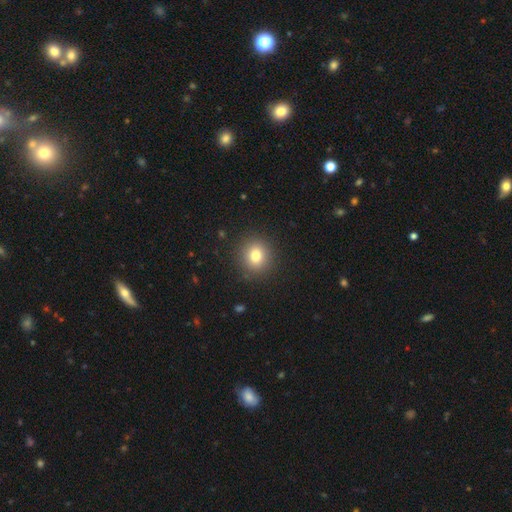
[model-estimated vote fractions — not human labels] Smooth or featured? smooth (80%)
How rounded? round (86%)
Merging? none (90%)